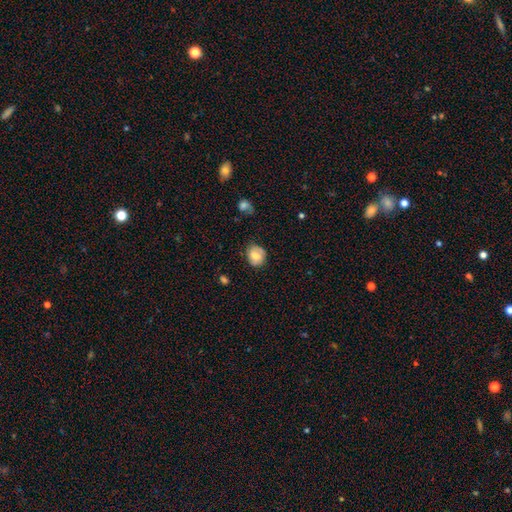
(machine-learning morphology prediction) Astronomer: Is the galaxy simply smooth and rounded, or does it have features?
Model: smooth — 68%.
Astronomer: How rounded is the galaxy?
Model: round — 66%.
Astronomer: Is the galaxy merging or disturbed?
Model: none — 70%.